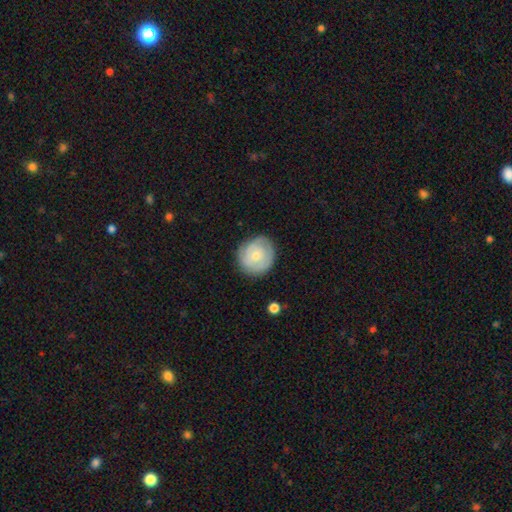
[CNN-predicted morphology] smooth-or-featured: featured or disk: 49% | smooth: 45% | star or artifact: 6%
  merging: none: 80% | minor disturbance: 15% | major disturbance: 4% | merger: 1%